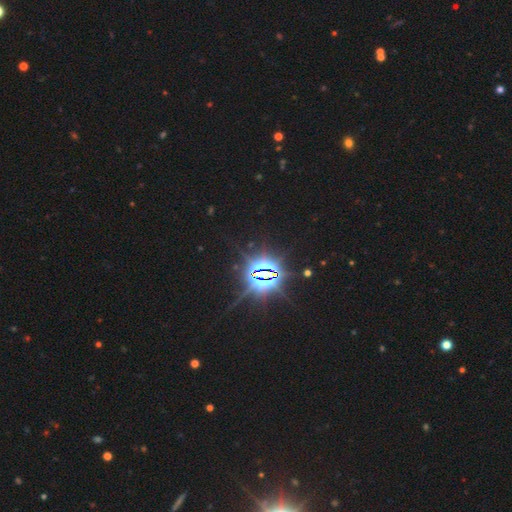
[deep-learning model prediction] A star or artifact, not a galaxy (86%).

Vote fractions:
- Smooth or featured? star or artifact: 86% / smooth: 8% / featured or disk: 6%